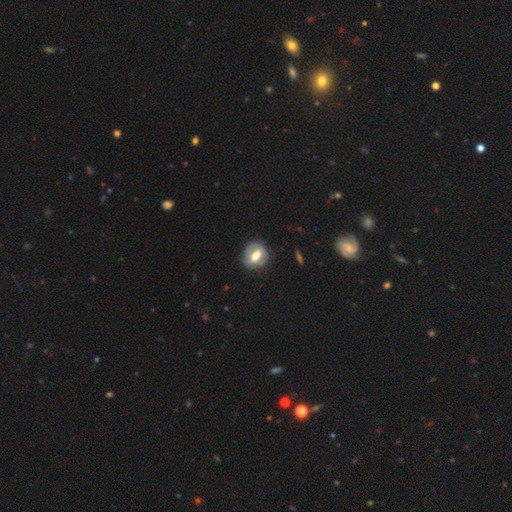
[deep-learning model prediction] Smooth or featured? featured or disk (52%)
Edge-on disk? no (91%)
Merging? none (74%)